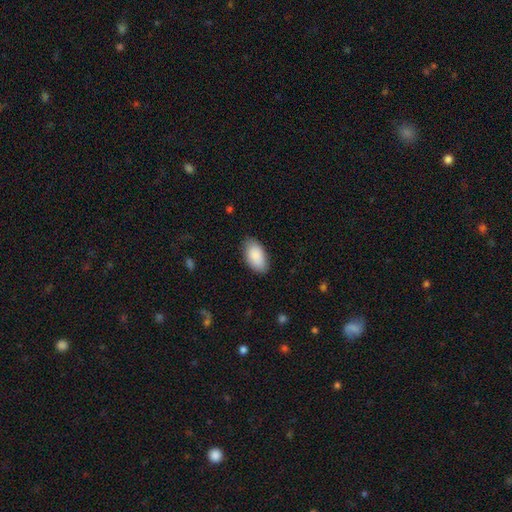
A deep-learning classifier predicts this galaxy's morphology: This is clearly a smooth galaxy (90%). How rounded: clearly in between (96%). Merging: clearly none (83%).